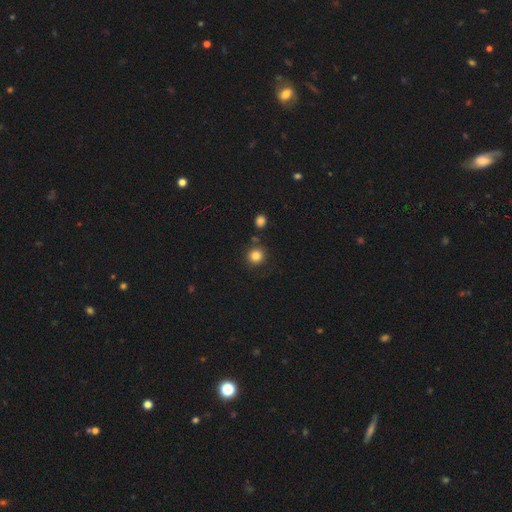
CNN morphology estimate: Smooth or featured?
  - smooth: 83% *
  - star or artifact: 12%
  - featured or disk: 5%
How rounded?
  - round: 92% *
  - in between: 7%
  - cigar-shaped: 1%
Merging?
  - none: 84% *
  - minor disturbance: 8%
  - merger: 6%
  - major disturbance: 2%